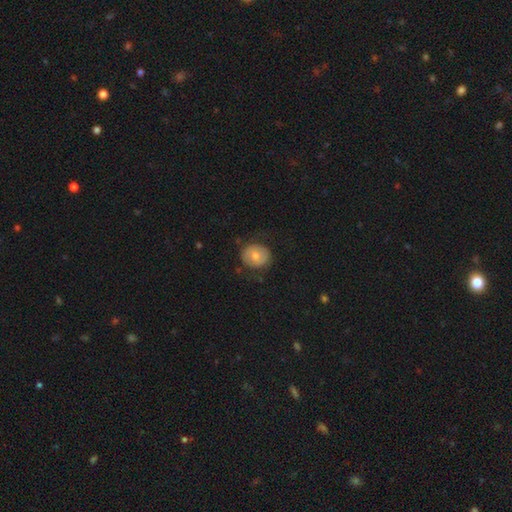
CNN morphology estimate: smooth_or_featured: smooth (p=0.65) [alt: featured or disk p=0.28]
how_rounded: round (p=0.72) [alt: in between p=0.27]
merging: none (p=0.77) [alt: minor disturbance p=0.16]